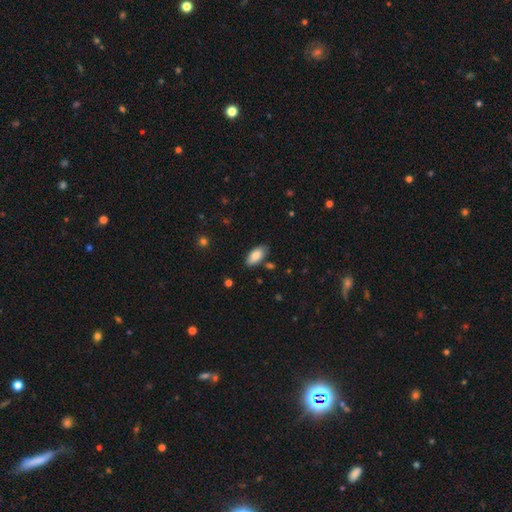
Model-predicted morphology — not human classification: Overall: smooth (85%). How rounded: in between (92%). Merging: none (82%).